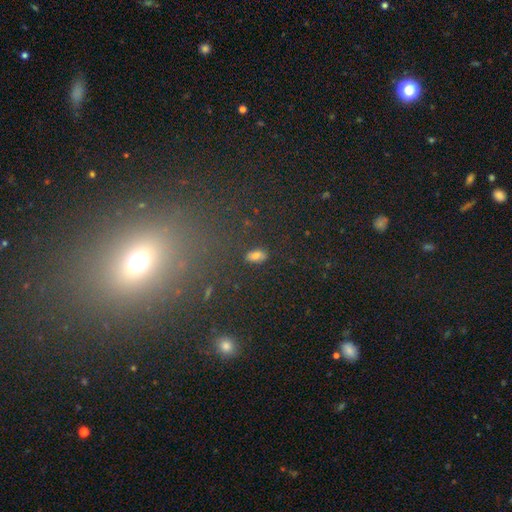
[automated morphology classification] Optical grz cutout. It shows a smooth galaxy with no disk features (59%) that is in between round and cigar-shaped (74%). Merging: none (78%).